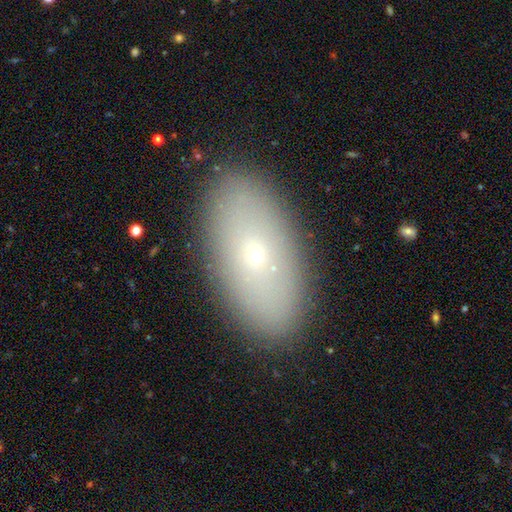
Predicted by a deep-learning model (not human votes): Smooth or featured? smooth (60%)
How rounded? in between (89%)
Merging? none (88%)